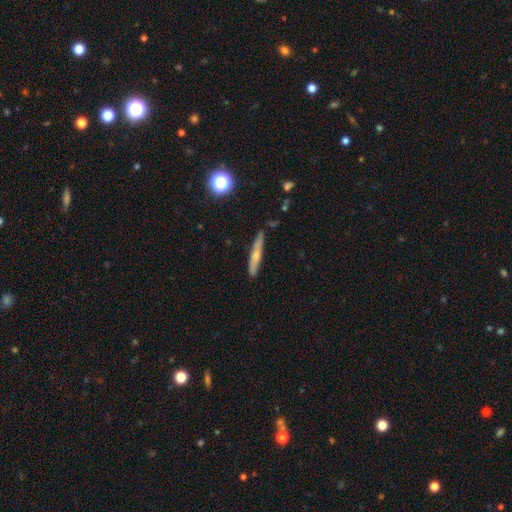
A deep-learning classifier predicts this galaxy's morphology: Q: Smooth or featured?
A: smooth (51%); runner-up: featured or disk (42%)
Q: How rounded?
A: cigar-shaped (93%); runner-up: in between (5%)
Q: Merging?
A: none (84%); runner-up: minor disturbance (12%)